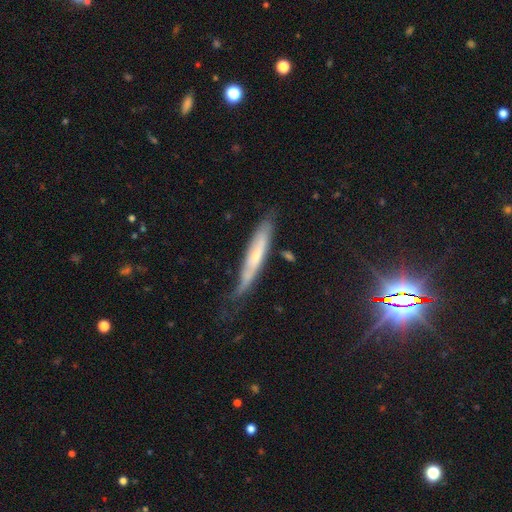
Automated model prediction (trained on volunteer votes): smooth_or_featured: featured or disk (p=0.53) [alt: smooth p=0.40]
disk_edge_on: yes (p=0.65) [alt: no p=0.35]
merging: none (p=0.51) [alt: minor disturbance p=0.32]